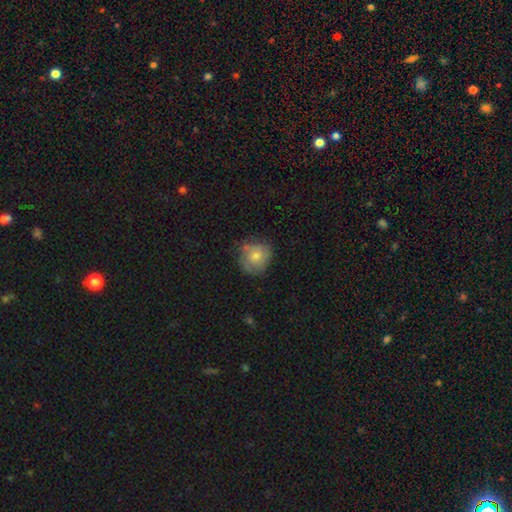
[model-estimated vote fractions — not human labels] Smooth or featured: smooth — 65% (featured or disk — 26%)
How rounded: round — 80% (in between — 19%)
Merging: none — 65% (minor disturbance — 26%)